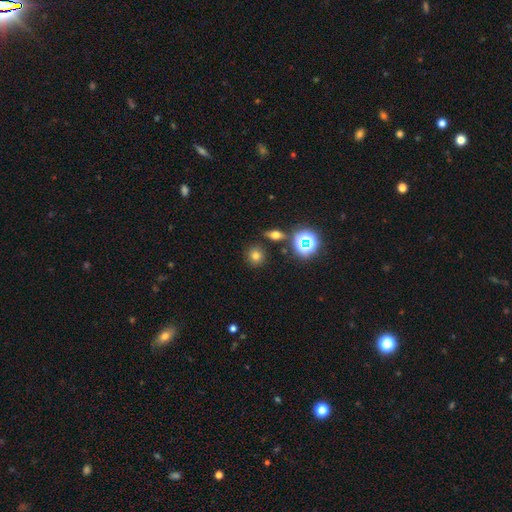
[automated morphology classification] A smooth galaxy with no disk features (70%) that is round (88%). Merging: none (85%).